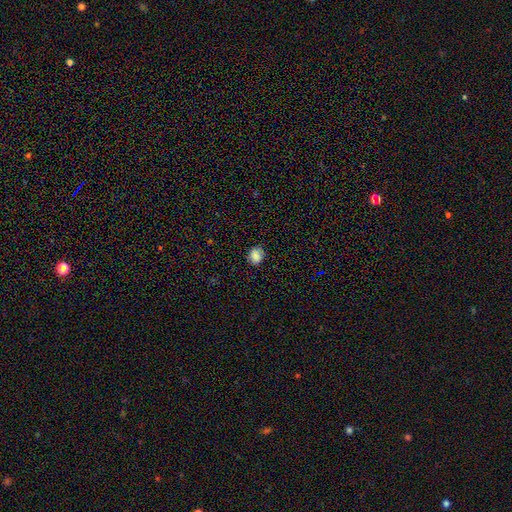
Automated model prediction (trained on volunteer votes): Smooth or featured: smooth — 83% (star or artifact — 11%)
How rounded: round — 61% (in between — 38%)
Merging: none — 80% (minor disturbance — 16%)